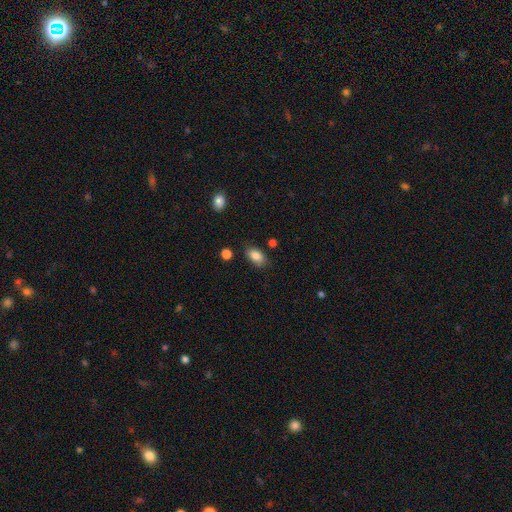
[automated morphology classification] Smooth or featured: smooth — 85% (star or artifact — 8%)
How rounded: in between — 90% (round — 8%)
Merging: none — 78% (minor disturbance — 16%)